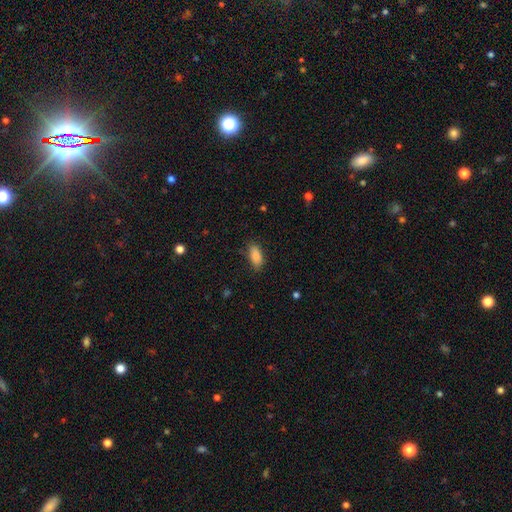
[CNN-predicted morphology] Smooth or featured?
  - smooth: 88% *
  - star or artifact: 7%
  - featured or disk: 4%
How rounded?
  - in between: 87% *
  - cigar-shaped: 10%
  - round: 3%
Merging?
  - none: 81% *
  - minor disturbance: 14%
  - major disturbance: 3%
  - merger: 1%